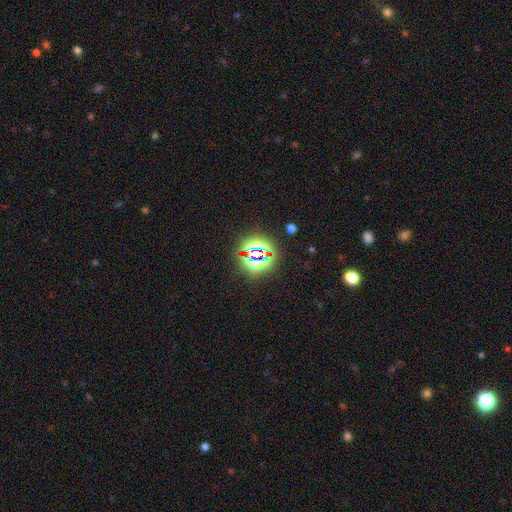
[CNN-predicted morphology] Smooth or featured: star or artifact — 78% (smooth — 13%)